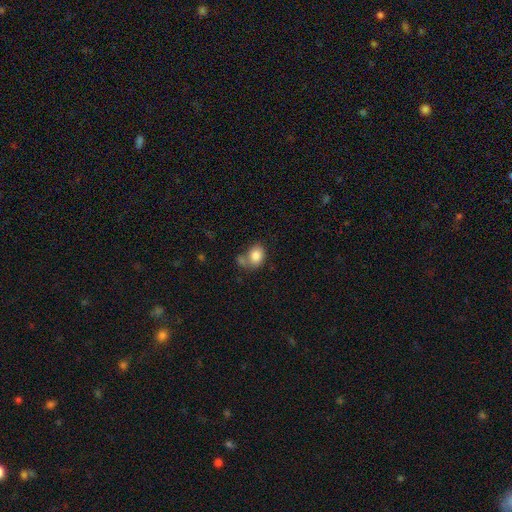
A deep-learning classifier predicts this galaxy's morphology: Smooth or featured? smooth (83%)
How rounded? in between (56%)
Merging? none (43%)